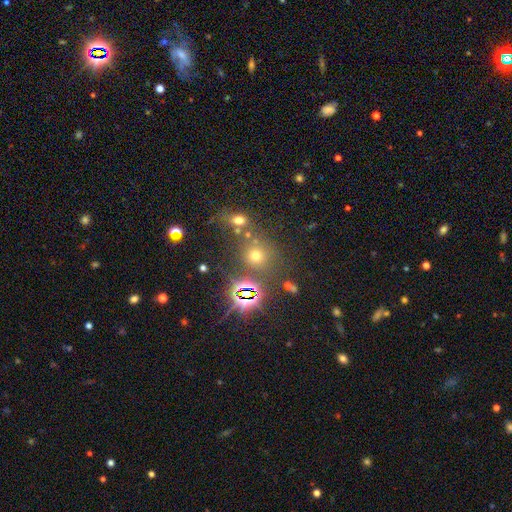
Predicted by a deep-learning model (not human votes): Q: Smooth or featured?
A: smooth (54%); runner-up: star or artifact (35%)
Q: How rounded?
A: round (84%); runner-up: in between (14%)
Q: Merging?
A: none (69%); runner-up: merger (15%)